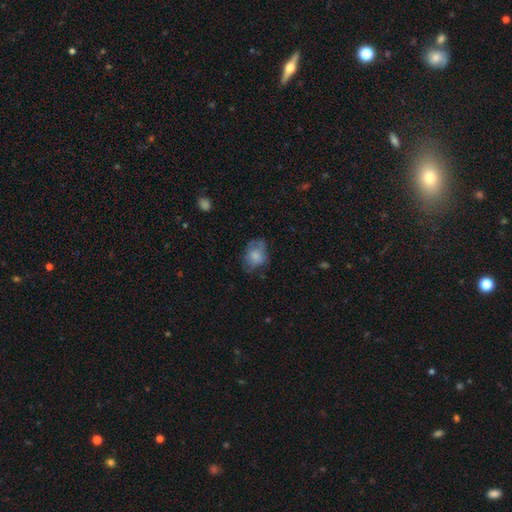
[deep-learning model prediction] smooth 71%, featured or disk 20%, star or artifact 9%. Down the decision tree: how rounded — in between (63%); merging — none (49%).